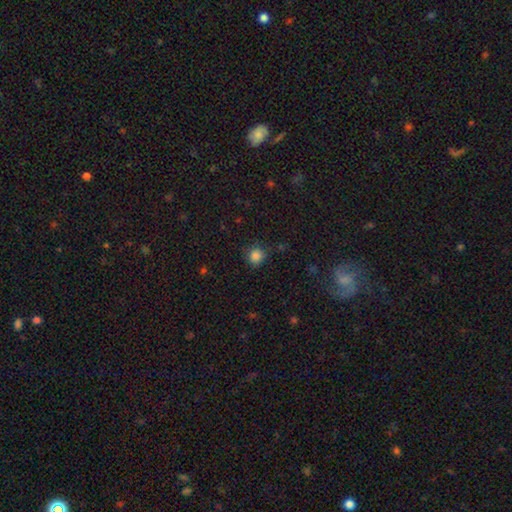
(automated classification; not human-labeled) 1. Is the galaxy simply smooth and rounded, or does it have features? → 84% smooth, 13% star or artifact, 4% featured or disk.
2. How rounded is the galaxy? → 89% round, 10% in between, 1% cigar-shaped.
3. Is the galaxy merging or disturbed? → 83% none, 12% minor disturbance, 3% major disturbance, 2% merger.